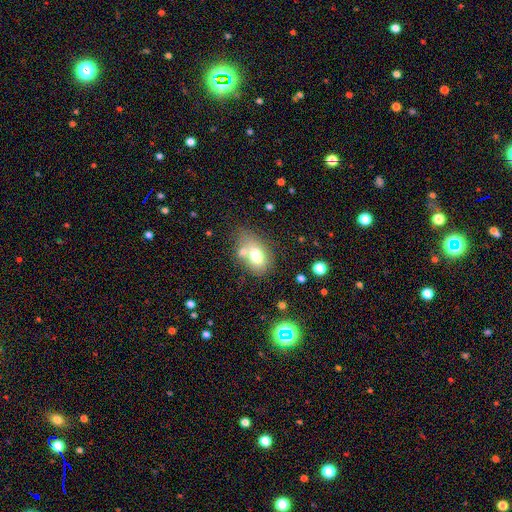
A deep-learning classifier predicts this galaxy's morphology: Smooth or featured? smooth (69%)
How rounded? in between (81%)
Merging? none (47%)